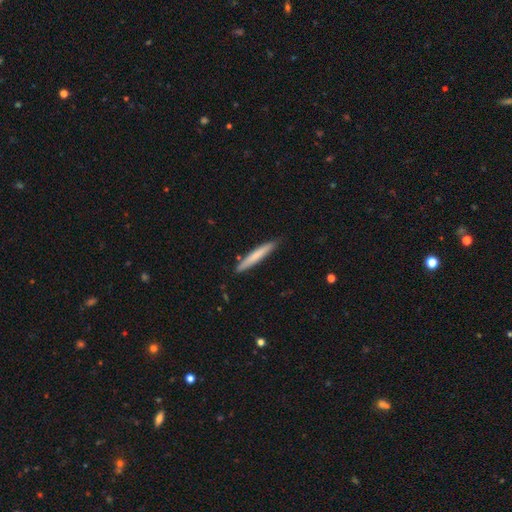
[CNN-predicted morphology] smooth 69%, featured or disk 26%, star or artifact 5%. Down the decision tree: how rounded — cigar-shaped (96%); merging — none (87%).